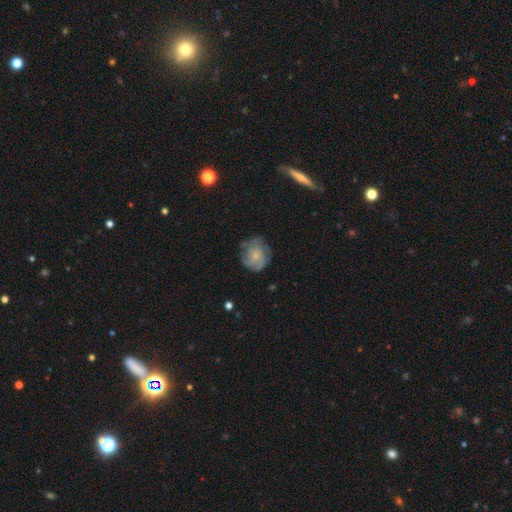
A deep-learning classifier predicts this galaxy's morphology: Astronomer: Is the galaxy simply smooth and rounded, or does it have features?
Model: featured or disk — 60%.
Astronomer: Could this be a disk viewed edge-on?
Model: no — 98%.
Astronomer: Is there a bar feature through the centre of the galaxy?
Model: no — 83%.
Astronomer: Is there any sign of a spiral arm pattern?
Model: yes — 86%.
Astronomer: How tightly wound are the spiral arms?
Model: tight — 56% (runner-up: medium, 33%).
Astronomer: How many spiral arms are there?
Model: can't tell — 38% (runner-up: 3, 23%).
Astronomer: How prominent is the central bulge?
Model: small — 71%.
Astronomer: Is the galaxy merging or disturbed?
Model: none — 70%.